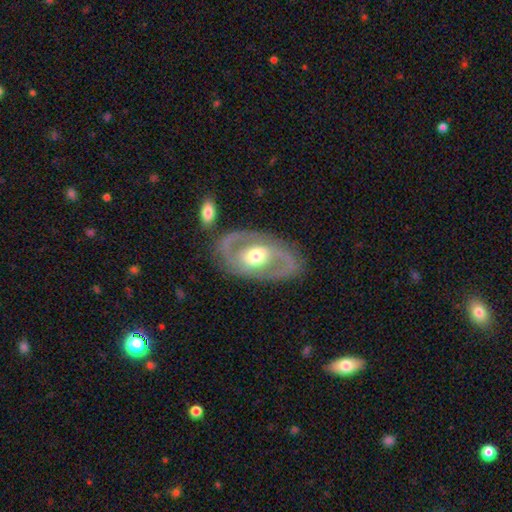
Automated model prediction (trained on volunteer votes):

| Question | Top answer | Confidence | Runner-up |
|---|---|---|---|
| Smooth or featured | featured or disk | 75% | smooth (19%) |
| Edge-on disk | no | 92% | yes (8%) |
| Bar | no | 63% | weak (25%) |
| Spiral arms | yes | 53% | no (47%) |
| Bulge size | moderate | 69% | large (19%) |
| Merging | none | 75% | minor disturbance (14%) |